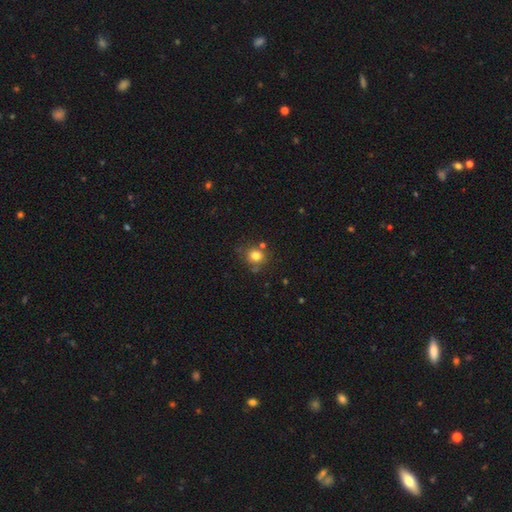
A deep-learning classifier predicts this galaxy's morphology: type=smooth (78%); roundness=round (82%); merging=none (72%).